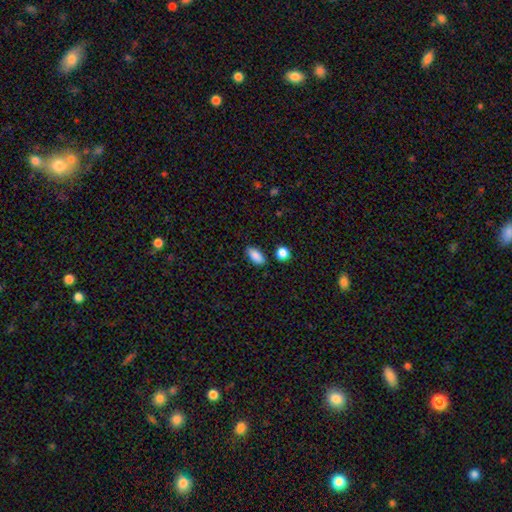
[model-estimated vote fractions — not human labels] Smooth or featured: smooth — 86% (star or artifact — 7%)
How rounded: in between — 87% (cigar-shaped — 8%)
Merging: none — 83% (minor disturbance — 11%)